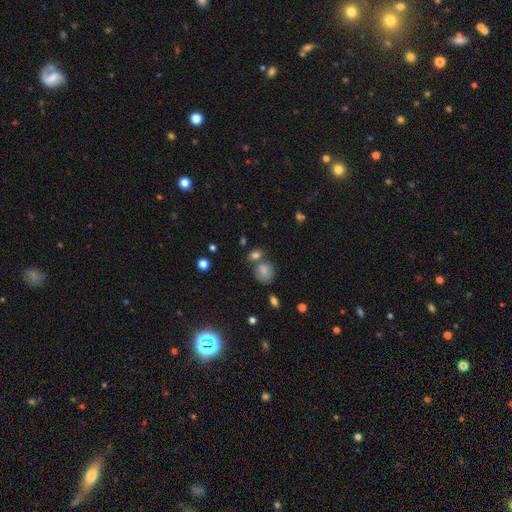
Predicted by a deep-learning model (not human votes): Smooth or featured? smooth (78%)
How rounded? in between (59%)
Merging? none (54%)